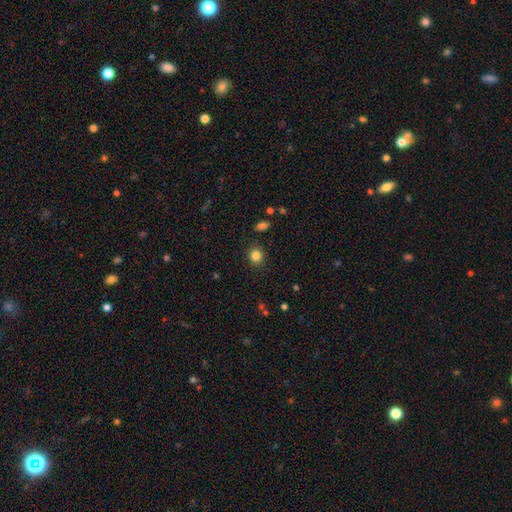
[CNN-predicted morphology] This is clearly a smooth galaxy (83%). How rounded: likely round (80%). Merging: clearly none (89%).